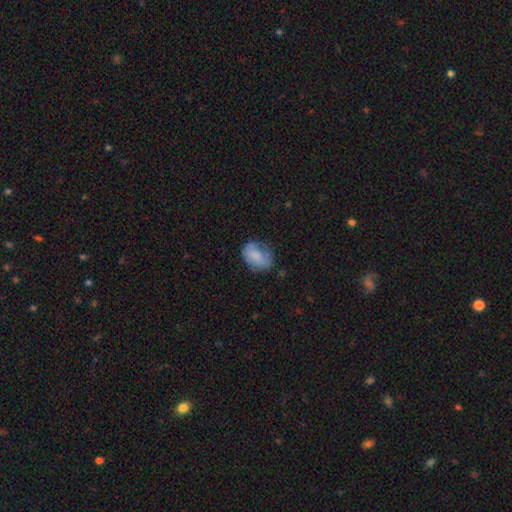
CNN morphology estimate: The model was most divided on "merging": none: 55%, minor disturbance: 30%, major disturbance: 13%, merger: 2%. More confident: how rounded — in between (75%); smooth or featured — smooth (72%).